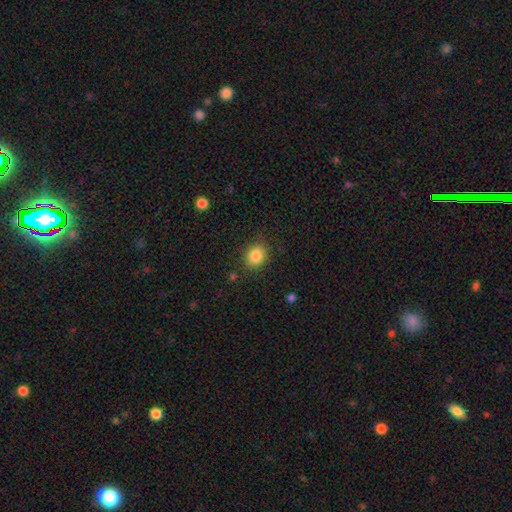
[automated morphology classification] A smooth galaxy with no disk features (85%) that is round (56%).

Vote fractions:
- Smooth or featured? smooth: 85% / star or artifact: 10% / featured or disk: 5%
- How rounded? round: 56% / in between: 43% / cigar-shaped: 1%
- Merging? none: 83% / minor disturbance: 12% / major disturbance: 4% / merger: 2%